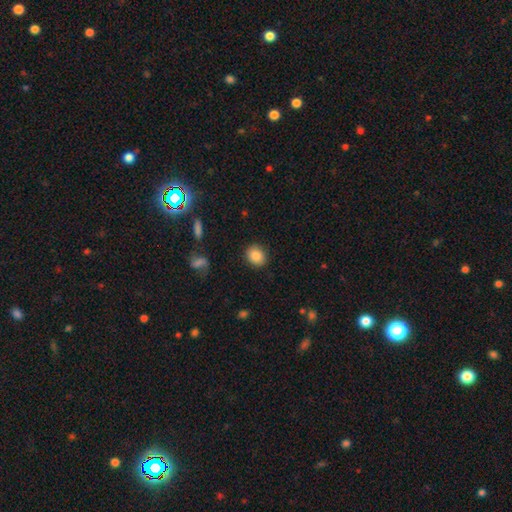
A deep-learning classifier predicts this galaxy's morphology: Q: Smooth or featured?
A: smooth (85%); runner-up: star or artifact (9%)
Q: How rounded?
A: round (62%); runner-up: in between (37%)
Q: Merging?
A: none (88%); runner-up: minor disturbance (8%)